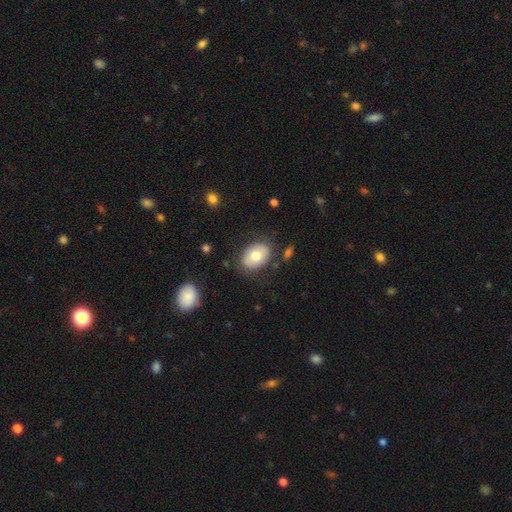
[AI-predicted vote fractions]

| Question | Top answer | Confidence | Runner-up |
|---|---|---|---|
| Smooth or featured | smooth | 72% | featured or disk (21%) |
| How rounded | in between | 78% | round (21%) |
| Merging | none | 80% | minor disturbance (13%) |